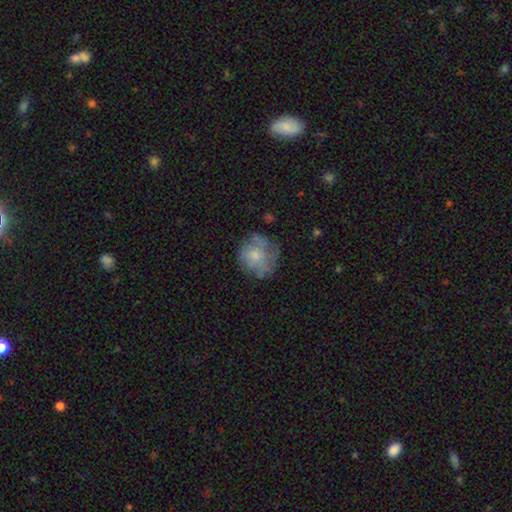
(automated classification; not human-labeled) This is possibly a smooth galaxy (54%). How rounded: likely round (79%). Merging: possibly none (58%).